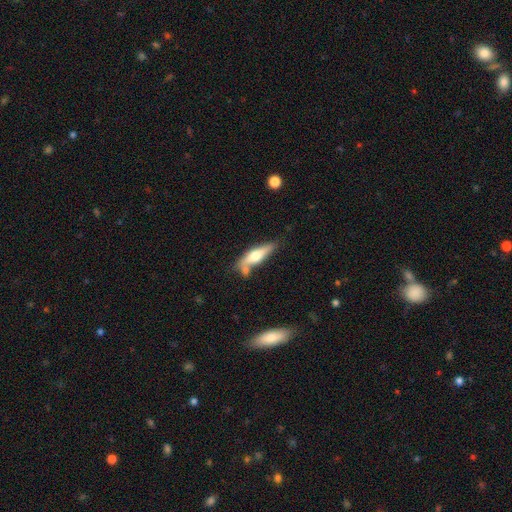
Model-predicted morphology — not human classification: Smooth or featured? smooth (49%)
Merging? none (56%)